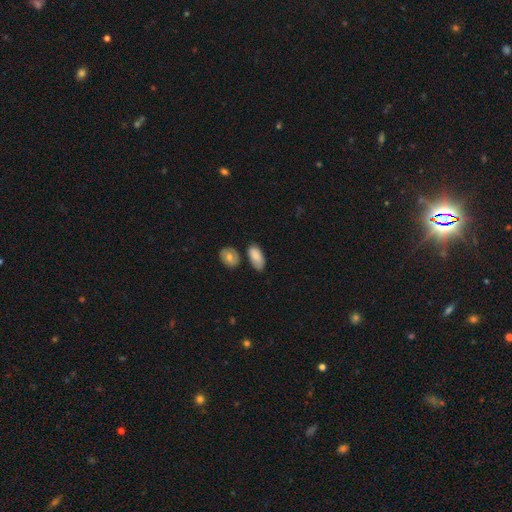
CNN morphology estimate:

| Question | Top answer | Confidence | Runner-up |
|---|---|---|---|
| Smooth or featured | smooth | 82% | featured or disk (11%) |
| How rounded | in between | 91% | cigar-shaped (5%) |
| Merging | none | 62% | minor disturbance (23%) |